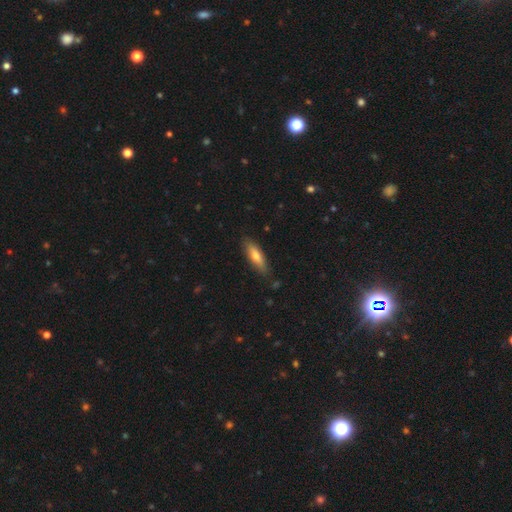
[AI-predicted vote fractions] smooth_or_featured: smooth (p=0.67) [alt: featured or disk p=0.27]
how_rounded: cigar-shaped (p=0.59) [alt: in between p=0.39]
merging: none (p=0.85) [alt: minor disturbance p=0.12]